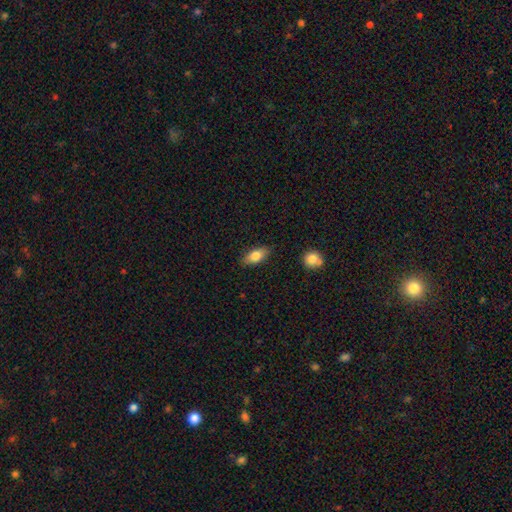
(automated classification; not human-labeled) Q: Smooth or featured?
A: smooth (80%); runner-up: featured or disk (14%)
Q: How rounded?
A: in between (84%); runner-up: cigar-shaped (12%)
Q: Merging?
A: none (85%); runner-up: minor disturbance (11%)